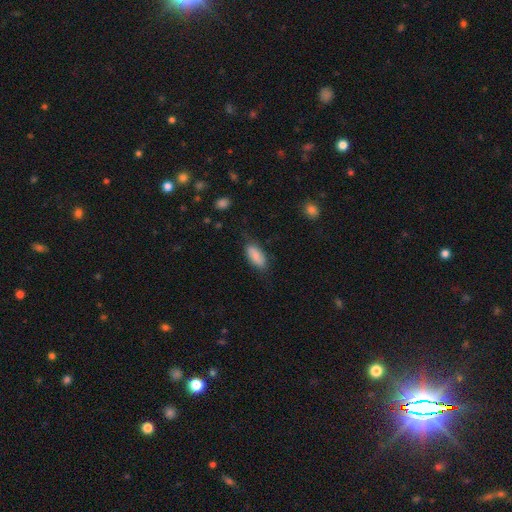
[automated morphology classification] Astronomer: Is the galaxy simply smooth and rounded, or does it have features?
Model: smooth — 82%.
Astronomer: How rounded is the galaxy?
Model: in between — 87%.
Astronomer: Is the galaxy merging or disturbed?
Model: none — 74%.